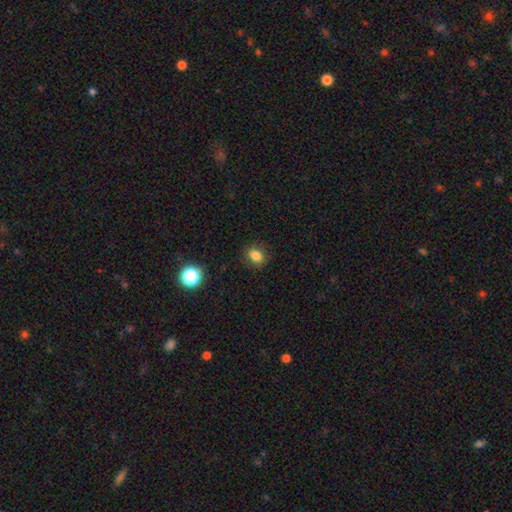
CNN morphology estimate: type=smooth (82%); roundness=round (51%); merging=none (87%).